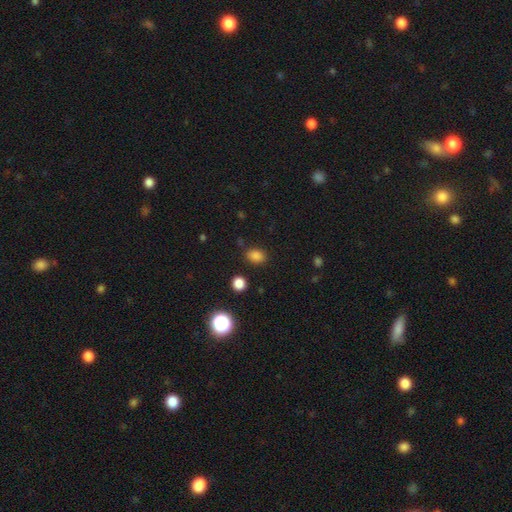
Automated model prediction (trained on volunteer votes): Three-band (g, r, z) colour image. It shows a smooth galaxy with no disk features (82%) that is in between round and cigar-shaped (63%). Merging: none (82%).